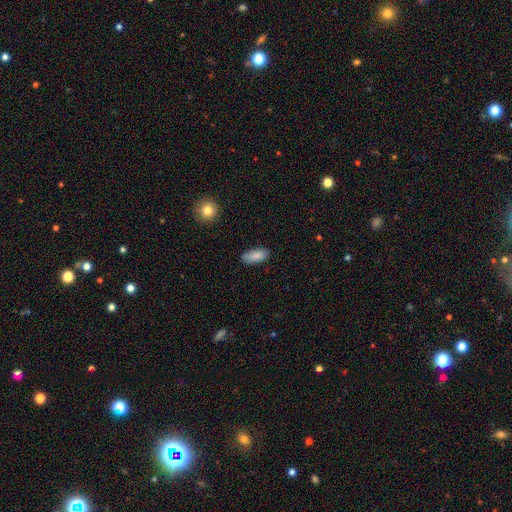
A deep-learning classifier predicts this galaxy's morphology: smooth 87%, star or artifact 7%, featured or disk 7%. Down the decision tree: how rounded — in between (85%); merging — none (85%).